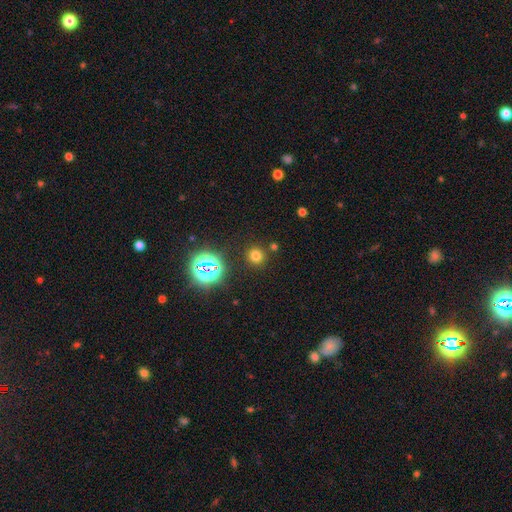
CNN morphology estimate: This is likely a smooth galaxy (68%). How rounded: clearly round (93%). Merging: clearly none (86%).